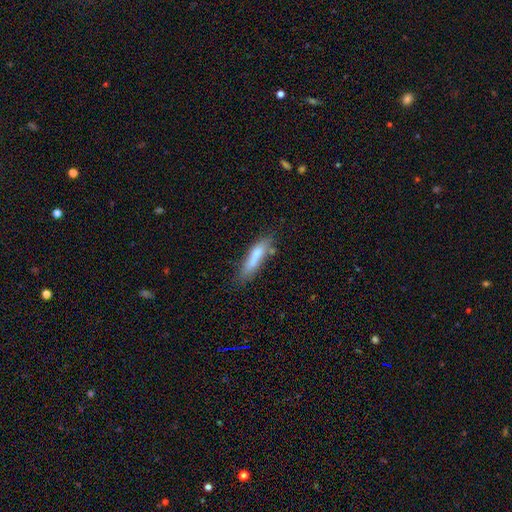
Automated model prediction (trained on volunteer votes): Smooth or featured? Predicted: smooth (p=0.71). How rounded? Predicted: cigar-shaped (p=0.77). Merging? Predicted: none (p=0.62).